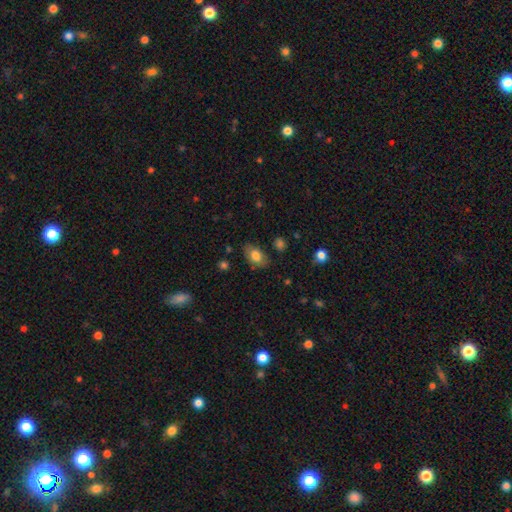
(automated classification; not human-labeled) A smooth galaxy with no disk features (78%) that is in between round and cigar-shaped (88%).

Vote fractions:
- Smooth or featured? smooth: 78% / featured or disk: 14% / star or artifact: 8%
- How rounded? in between: 88% / round: 11% / cigar-shaped: 2%
- Merging? none: 77% / minor disturbance: 17% / major disturbance: 4% / merger: 2%